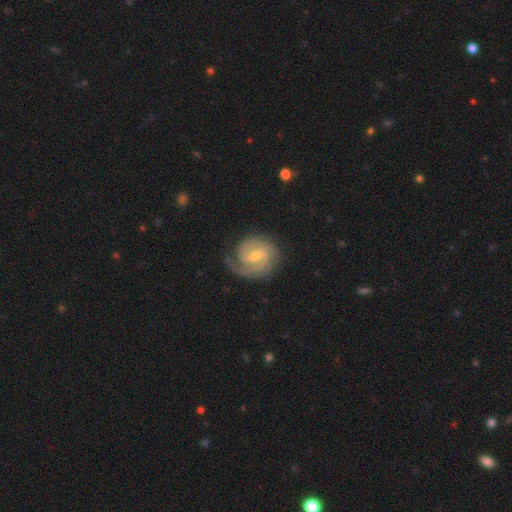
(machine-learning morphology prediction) This appears to be a featured or disk galaxy (89%) with a weak bar (56%), 2 (56%) tight (56%) spiral arms (98%) and a small central bulge (53%). Merging: none (75%).